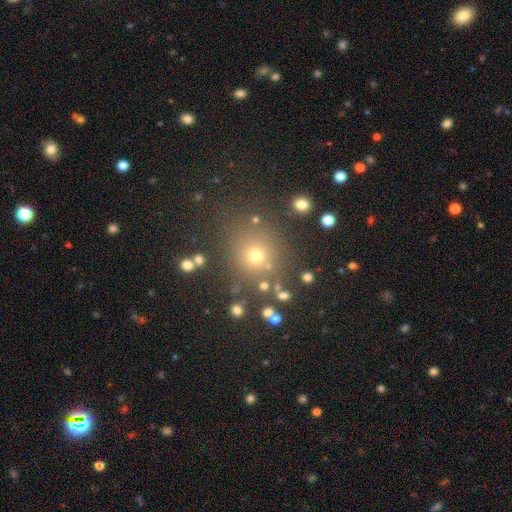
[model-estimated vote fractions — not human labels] Smooth or featured?
  - smooth: 67% *
  - star or artifact: 24%
  - featured or disk: 9%
How rounded?
  - round: 86% *
  - in between: 13%
  - cigar-shaped: 1%
Merging?
  - none: 79% *
  - minor disturbance: 10%
  - merger: 6%
  - major disturbance: 5%